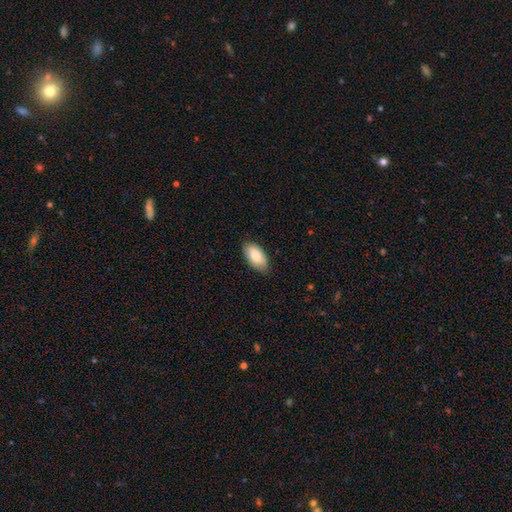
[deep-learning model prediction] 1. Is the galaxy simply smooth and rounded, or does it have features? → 85% smooth, 10% featured or disk, 6% star or artifact.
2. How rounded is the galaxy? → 95% in between, 3% cigar-shaped, 2% round.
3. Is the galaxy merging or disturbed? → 83% none, 14% minor disturbance, 2% major disturbance, 1% merger.